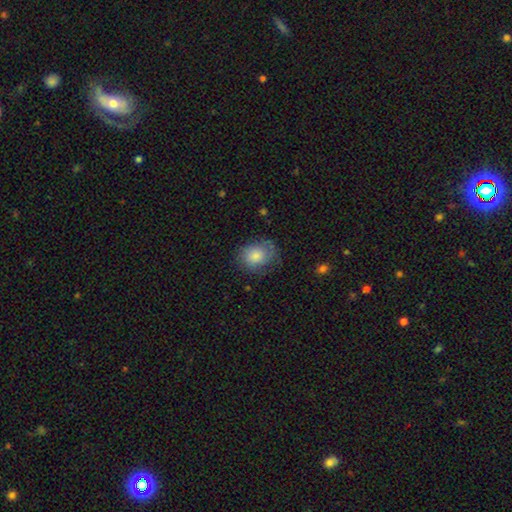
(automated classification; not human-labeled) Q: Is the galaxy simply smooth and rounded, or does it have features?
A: smooth — 78%.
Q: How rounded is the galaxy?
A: round — 56%.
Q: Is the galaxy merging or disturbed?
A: none — 62%.